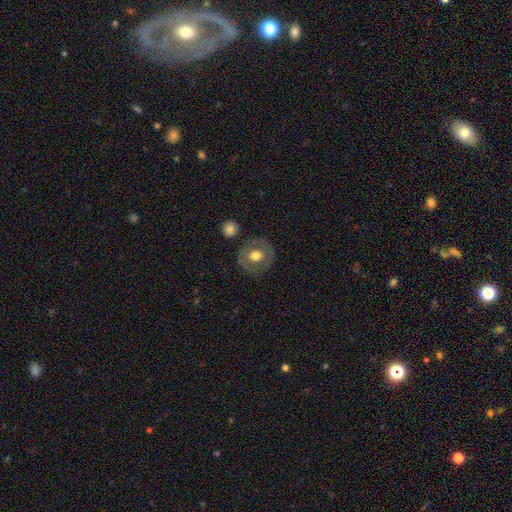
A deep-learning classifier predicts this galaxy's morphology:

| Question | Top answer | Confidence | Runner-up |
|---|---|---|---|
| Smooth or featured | smooth | 53% | featured or disk (40%) |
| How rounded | round | 80% | in between (19%) |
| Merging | none | 82% | minor disturbance (11%) |